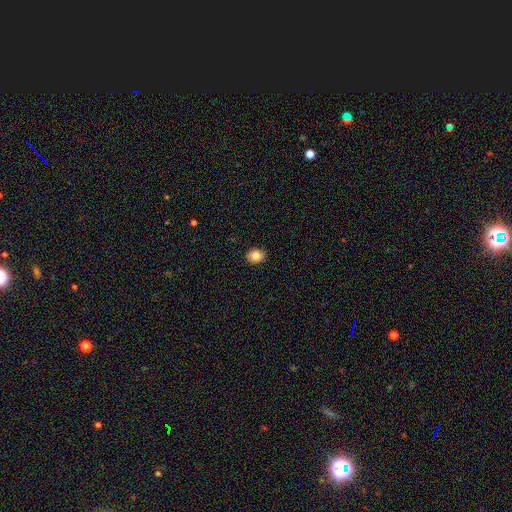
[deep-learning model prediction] smooth 85%, star or artifact 10%, featured or disk 5%. Down the decision tree: how rounded — round (59%); merging — none (91%).